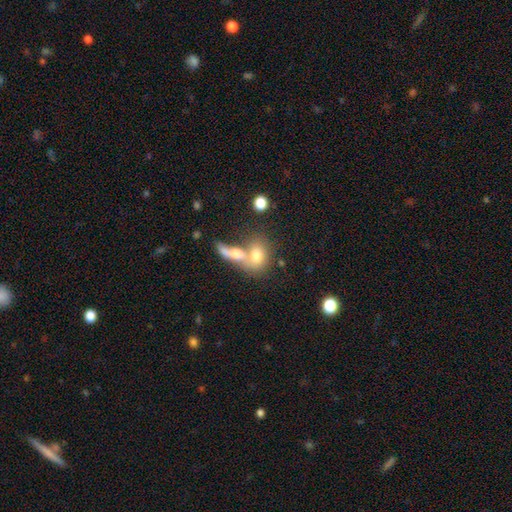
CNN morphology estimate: A smooth galaxy with no disk features (50%). Merging: merger (55%).